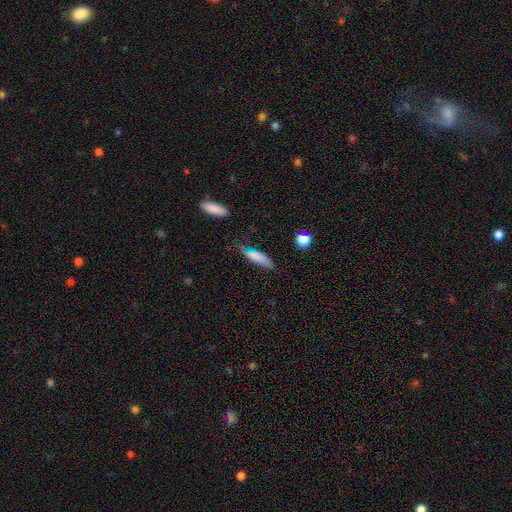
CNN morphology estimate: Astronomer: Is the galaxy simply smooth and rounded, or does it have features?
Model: smooth — 74%.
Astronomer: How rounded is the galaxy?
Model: cigar-shaped — 62%.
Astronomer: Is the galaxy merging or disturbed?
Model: none — 57%.